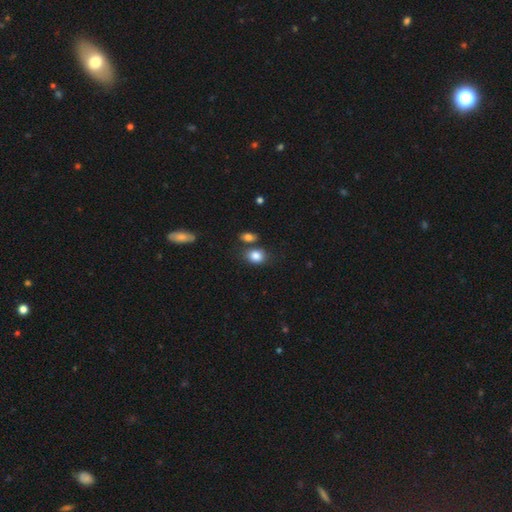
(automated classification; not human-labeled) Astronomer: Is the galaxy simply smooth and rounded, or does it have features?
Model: smooth — 85%.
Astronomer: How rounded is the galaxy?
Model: in between — 59% (runner-up: round, 40%).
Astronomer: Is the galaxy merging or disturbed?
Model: none — 65%.